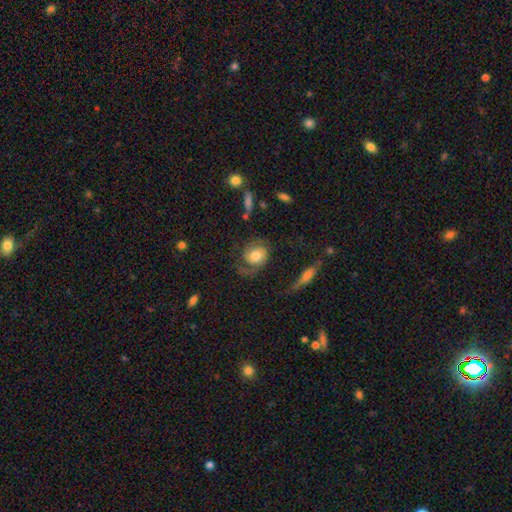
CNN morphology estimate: Smooth or featured? featured or disk (55%)
Edge-on disk? no (96%)
Bar? no (74%)
Spiral arms? yes (85%)
Bulge size? moderate (58%)
Merging? none (48%)